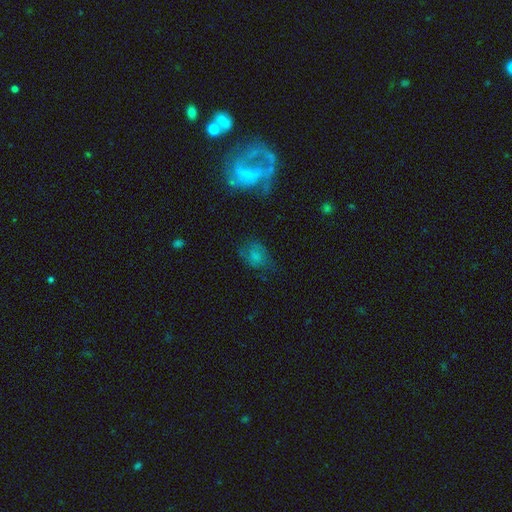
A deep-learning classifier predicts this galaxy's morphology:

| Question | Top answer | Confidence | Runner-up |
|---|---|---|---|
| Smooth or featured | smooth | 61% | featured or disk (25%) |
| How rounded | in between | 64% | round (35%) |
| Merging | none | 47% | minor disturbance (28%) |